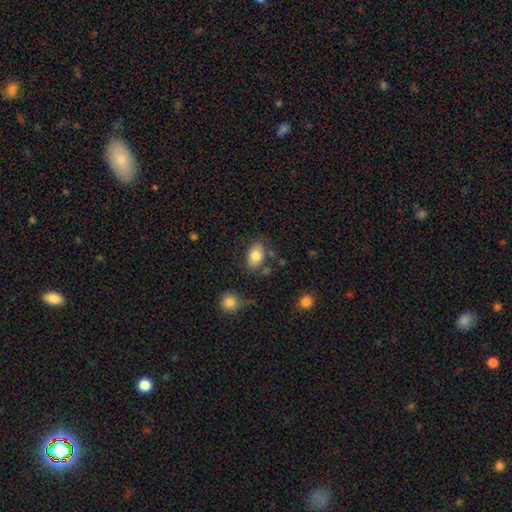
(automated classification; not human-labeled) Overall: smooth (80%). How rounded: in between (86%). Merging: none (74%).